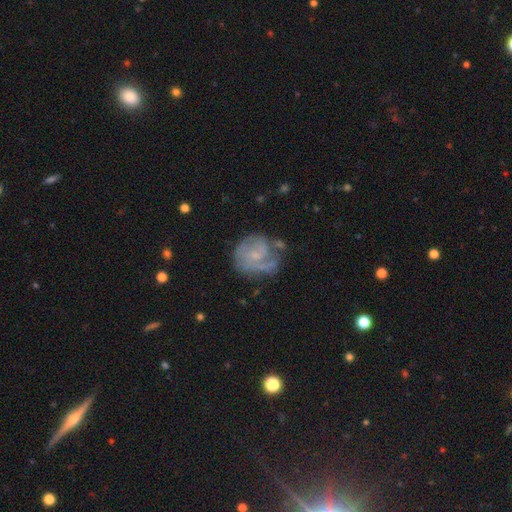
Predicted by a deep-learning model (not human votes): A featured or disk galaxy (68%) with no bar (65%), tight (46%) spiral arms (79%) and a small central bulge (59%).

Vote fractions:
- Smooth or featured? featured or disk: 68% / smooth: 25% / star or artifact: 8%
- Edge-on disk? no: 98% / yes: 2%
- Bar? no: 65% / weak: 31% / strong: 4%
- Spiral arms? yes: 79% / no: 21%
- Spiral winding? tight: 46% / medium: 36% / loose: 18%
- Spiral arm count? can't tell: 32% / 2: 30% / 1: 19% / 3: 12% / 4: 4% / more than 4: 3%
- Bulge size? small: 59% / none: 22% / moderate: 16% / large: 1% / dominant: 1%
- Merging? none: 51% / minor disturbance: 23% / major disturbance: 20% / merger: 6%